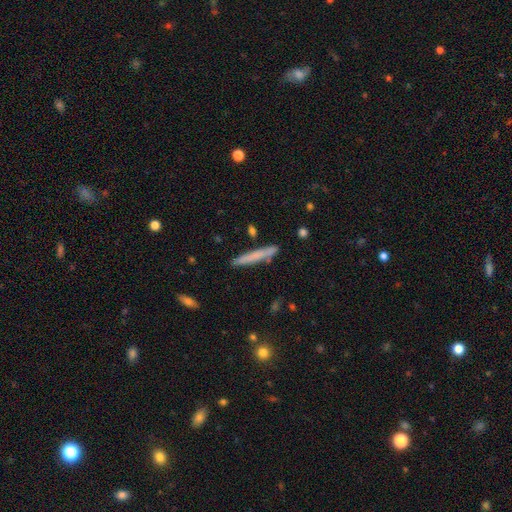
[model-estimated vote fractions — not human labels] smooth_or_featured: smooth (p=0.68) [alt: featured or disk p=0.26]
how_rounded: cigar-shaped (p=0.96) [alt: in between p=0.03]
merging: none (p=0.86) [alt: minor disturbance p=0.09]